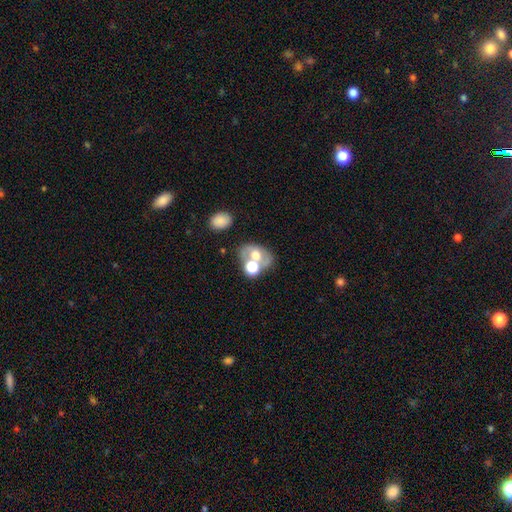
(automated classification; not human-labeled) smooth_or_featured: smooth (p=0.51) [alt: featured or disk p=0.38]
how_rounded: in between (p=0.69) [alt: round p=0.30]
merging: none (p=0.44) [alt: merger p=0.37]